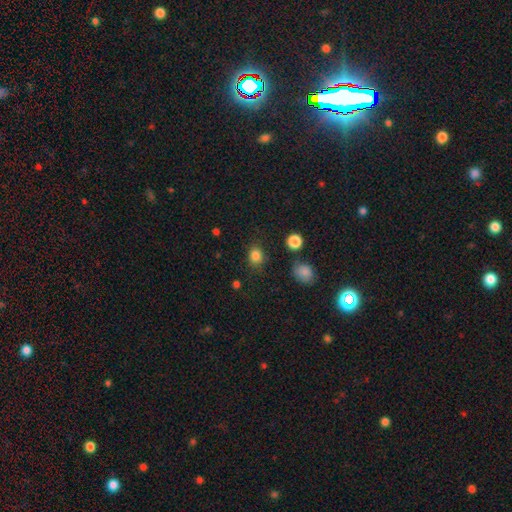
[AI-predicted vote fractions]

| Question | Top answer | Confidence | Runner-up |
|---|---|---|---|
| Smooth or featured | smooth | 83% | star or artifact (12%) |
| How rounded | round | 62% | in between (37%) |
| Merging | none | 80% | minor disturbance (13%) |